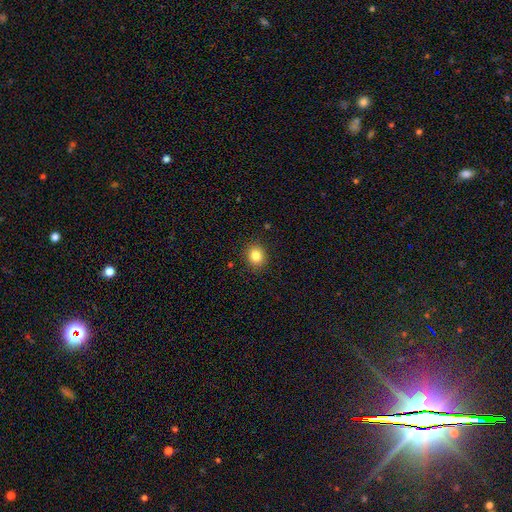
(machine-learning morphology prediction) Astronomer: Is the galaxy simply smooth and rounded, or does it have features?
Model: smooth — 84%.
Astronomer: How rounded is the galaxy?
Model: round — 71%.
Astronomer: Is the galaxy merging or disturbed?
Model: none — 89%.